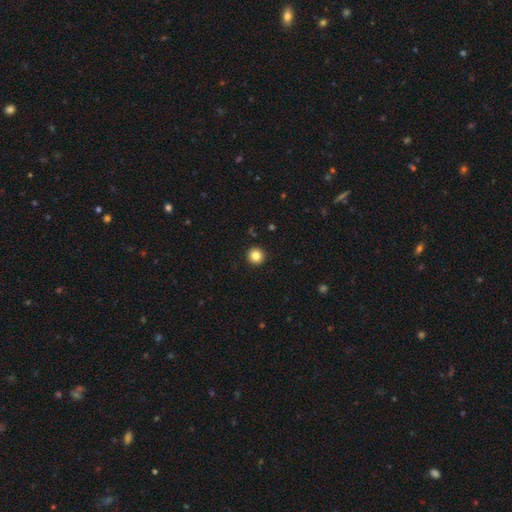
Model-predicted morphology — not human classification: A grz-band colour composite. It shows a smooth galaxy with no disk features (84%) that is round (96%). Merging: none (94%).